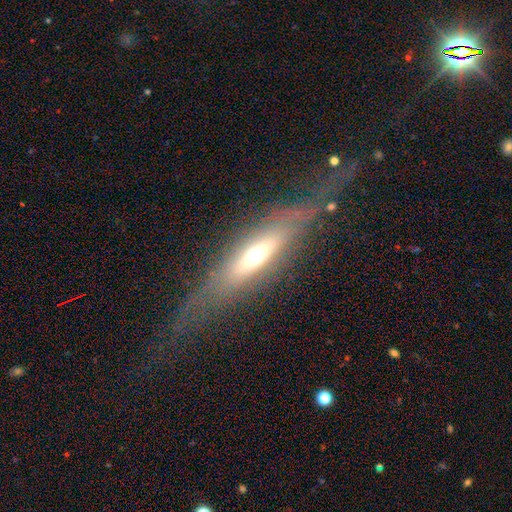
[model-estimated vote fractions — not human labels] Overall: featured or disk (62%; smooth 31%). Edge-on disk: yes (78%). Merging: none (59%; major disturbance 20%).